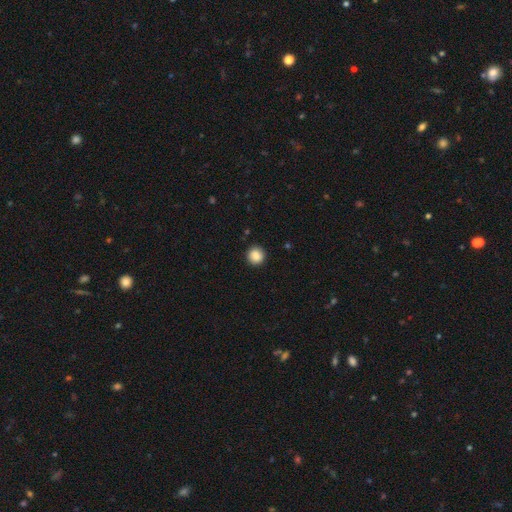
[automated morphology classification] smooth_or_featured: smooth (p=0.87) [alt: star or artifact p=0.09]
how_rounded: round (p=0.93) [alt: in between p=0.06]
merging: none (p=0.91) [alt: minor disturbance p=0.06]